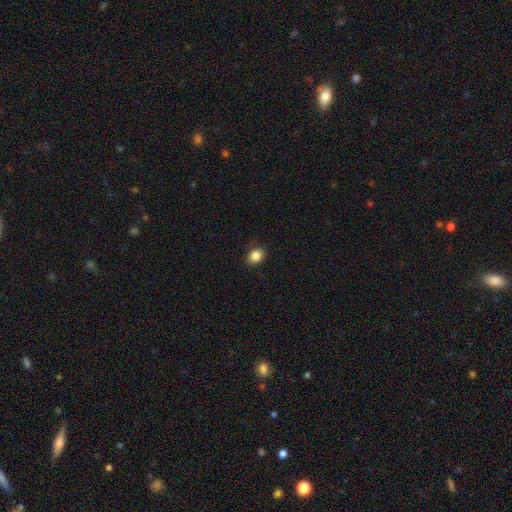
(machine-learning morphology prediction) smooth 85%, star or artifact 10%, featured or disk 5%. Down the decision tree: how rounded — in between (67%); merging — none (81%).